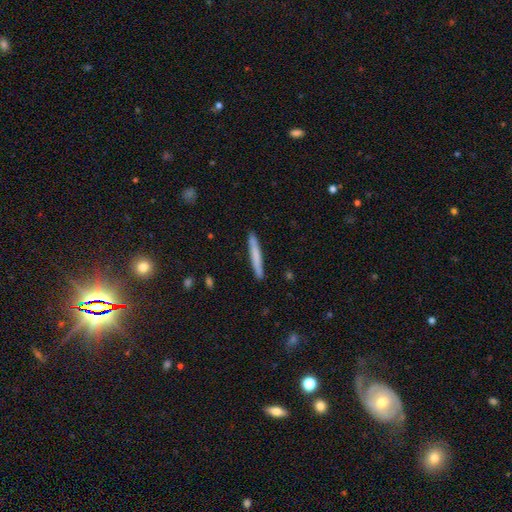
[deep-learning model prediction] Smooth or featured? smooth (70%)
How rounded? cigar-shaped (96%)
Merging? none (89%)